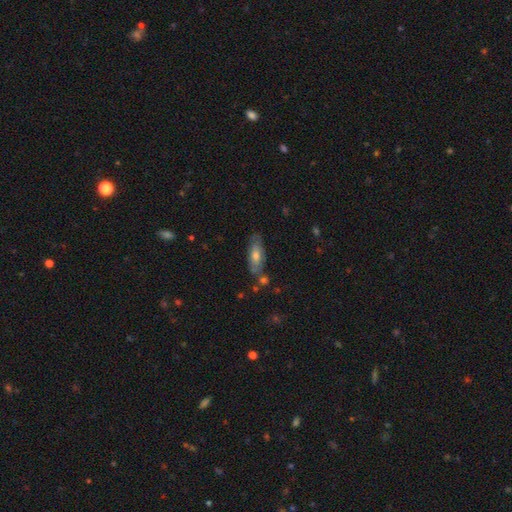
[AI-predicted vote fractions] A smooth galaxy with no disk features (57%) that is in between round and cigar-shaped (63%).

Vote fractions:
- Smooth or featured? smooth: 57% / featured or disk: 34% / star or artifact: 9%
- How rounded? in between: 63% / cigar-shaped: 34% / round: 3%
- Merging? none: 71% / minor disturbance: 18% / merger: 7% / major disturbance: 4%